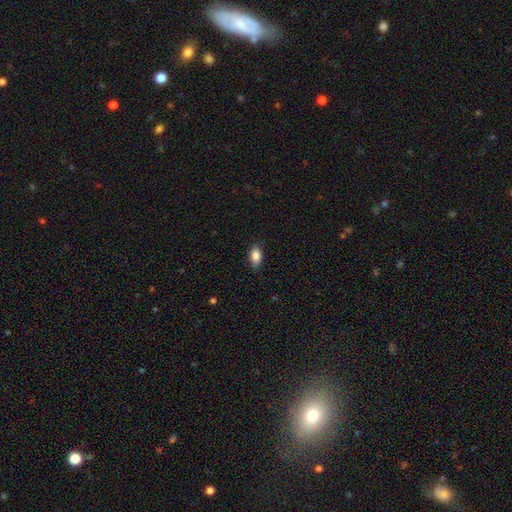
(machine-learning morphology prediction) Overall: smooth (85%). How rounded: in between (87%). Merging: none (81%).